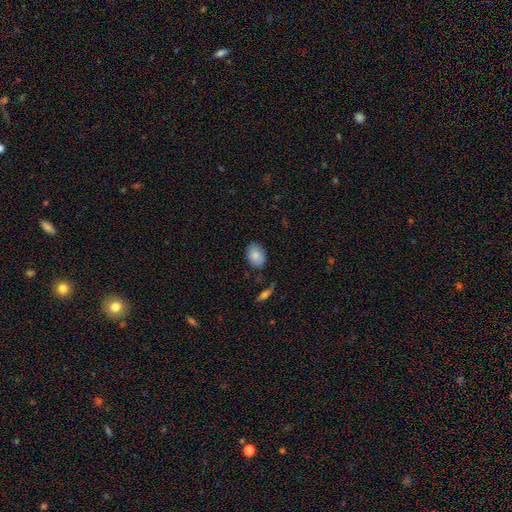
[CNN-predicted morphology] smooth-or-featured: smooth: 84% | featured or disk: 9% | star or artifact: 7%
  how-rounded: in between: 82% | round: 17% | cigar-shaped: 1%
  merging: none: 80% | minor disturbance: 14% | major disturbance: 3% | merger: 2%